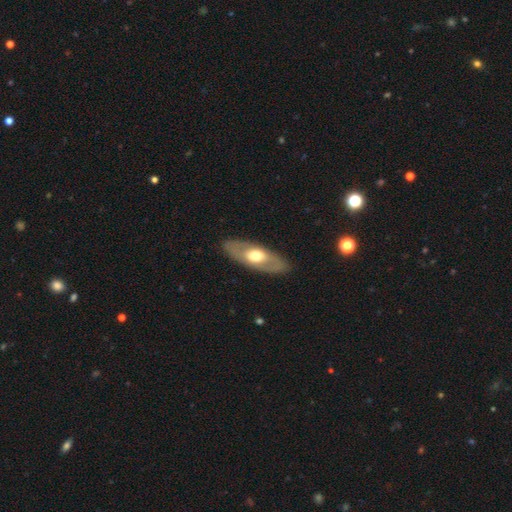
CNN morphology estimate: Smooth or featured?
  - featured or disk: 51% *
  - smooth: 44%
  - star or artifact: 5%
Edge-on disk?
  - no: 74% *
  - yes: 26%
Merging?
  - none: 86% *
  - minor disturbance: 10%
  - major disturbance: 3%
  - merger: 1%